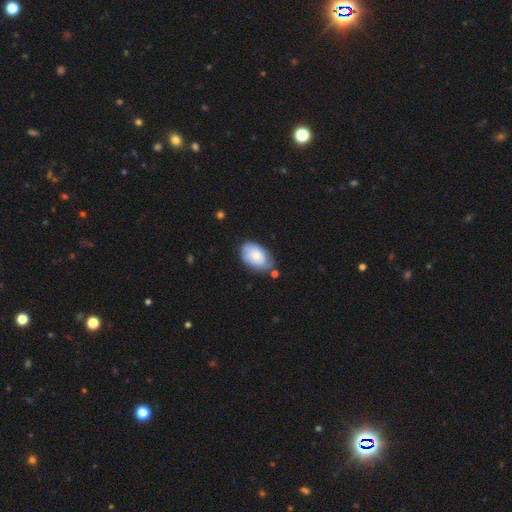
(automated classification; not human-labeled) smooth_or_featured: smooth (p=0.65) [alt: featured or disk p=0.28]
how_rounded: in between (p=0.90) [alt: round p=0.09]
merging: none (p=0.58) [alt: minor disturbance p=0.29]